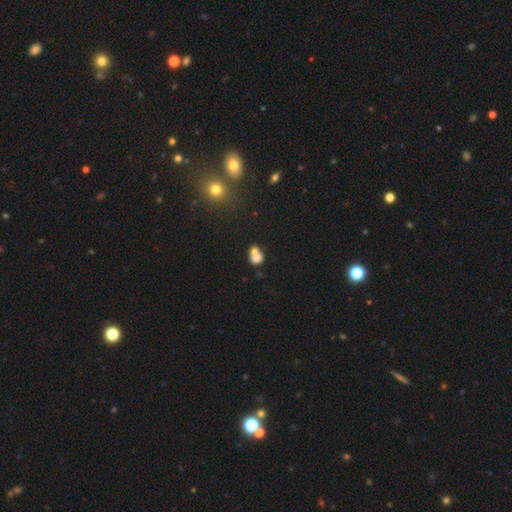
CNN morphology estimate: smooth-or-featured: smooth: 71% | featured or disk: 17% | star or artifact: 12%
  how-rounded: in between: 49% (tied) | round: 49% (tied) | cigar-shaped: 1%
  merging: merger: 63% | none: 24% | minor disturbance: 8% | major disturbance: 5%